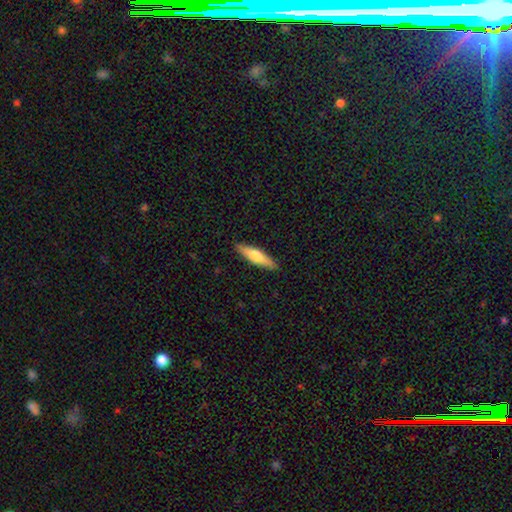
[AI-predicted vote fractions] smooth-or-featured: smooth: 53% | featured or disk: 42% | star or artifact: 5%
  how-rounded: cigar-shaped: 78% | in between: 20% | round: 2%
  merging: none: 90% | minor disturbance: 7% | major disturbance: 2% | merger: 1%